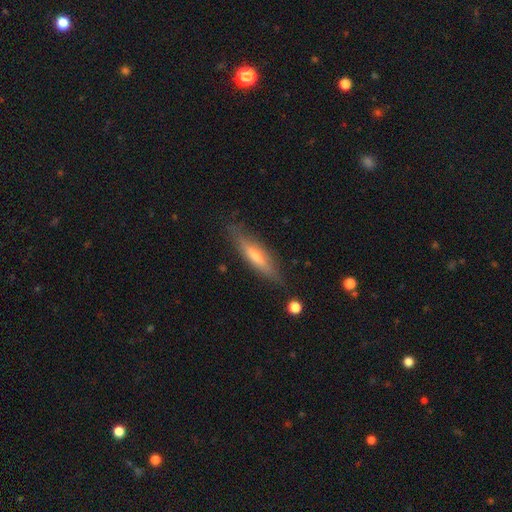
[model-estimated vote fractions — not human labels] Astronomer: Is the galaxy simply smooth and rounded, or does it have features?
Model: featured or disk — 48% (runner-up: smooth, 46%).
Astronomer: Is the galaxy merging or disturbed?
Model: none — 81%.